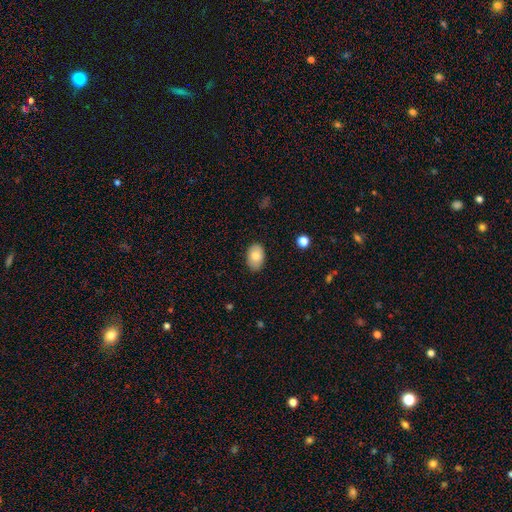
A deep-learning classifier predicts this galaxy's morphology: smooth 83%, featured or disk 10%, star or artifact 7%. Down the decision tree: how rounded — in between (88%); merging — none (85%).